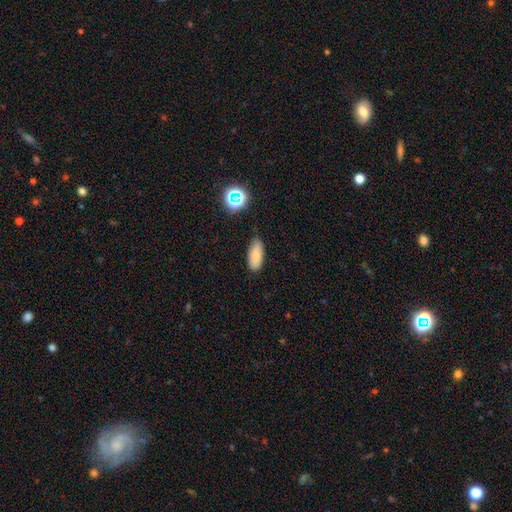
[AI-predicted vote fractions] A smooth galaxy with no disk features (81%) that is in between round and cigar-shaped (83%). Merging: none (76%).